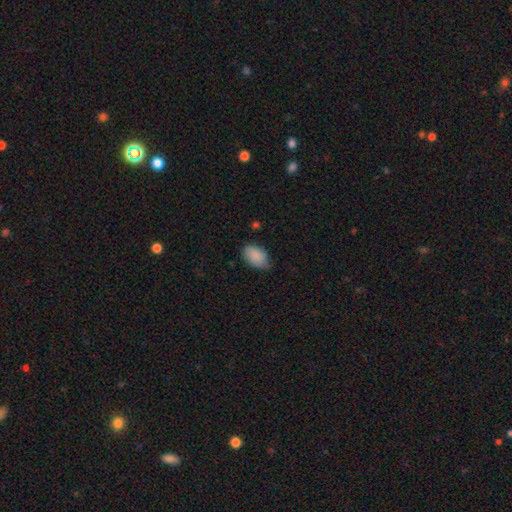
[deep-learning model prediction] smooth_or_featured: smooth (p=0.88) [alt: star or artifact p=0.06]
how_rounded: in between (p=0.89) [alt: round p=0.09]
merging: none (p=0.65) [alt: minor disturbance p=0.30]